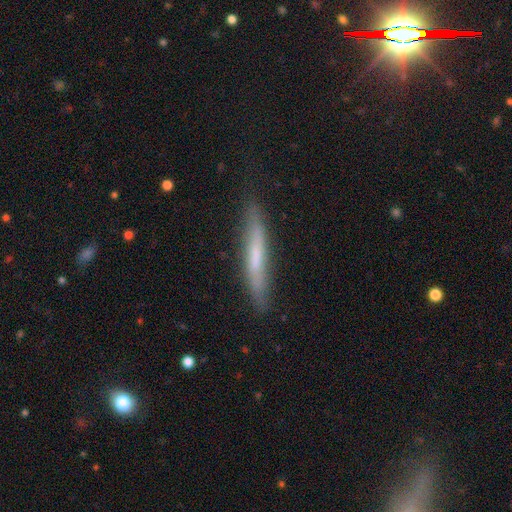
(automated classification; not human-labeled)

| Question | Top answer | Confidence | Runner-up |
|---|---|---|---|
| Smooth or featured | smooth | 55% | featured or disk (38%) |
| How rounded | cigar-shaped | 94% | in between (5%) |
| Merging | none | 79% | minor disturbance (16%) |